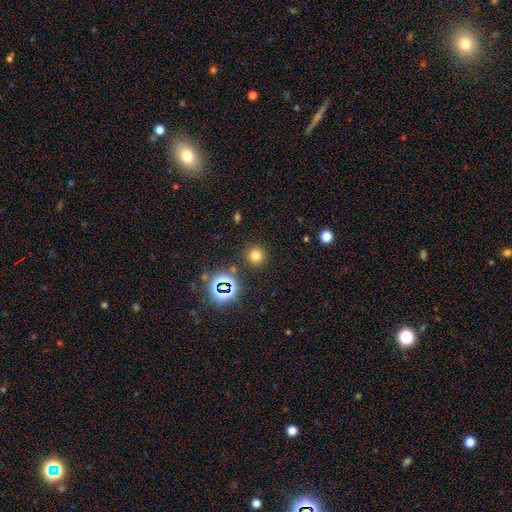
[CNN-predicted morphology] Q: Smooth or featured?
A: smooth (68%); runner-up: star or artifact (25%)
Q: How rounded?
A: round (93%); runner-up: in between (6%)
Q: Merging?
A: none (88%); runner-up: minor disturbance (7%)